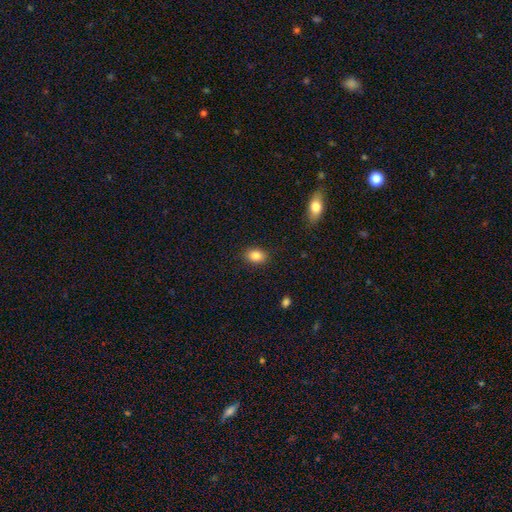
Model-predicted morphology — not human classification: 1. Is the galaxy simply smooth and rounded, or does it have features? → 85% smooth, 9% star or artifact, 6% featured or disk.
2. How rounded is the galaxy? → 71% in between, 28% round, 1% cigar-shaped.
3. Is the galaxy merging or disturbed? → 88% none, 9% minor disturbance, 2% major disturbance, 1% merger.